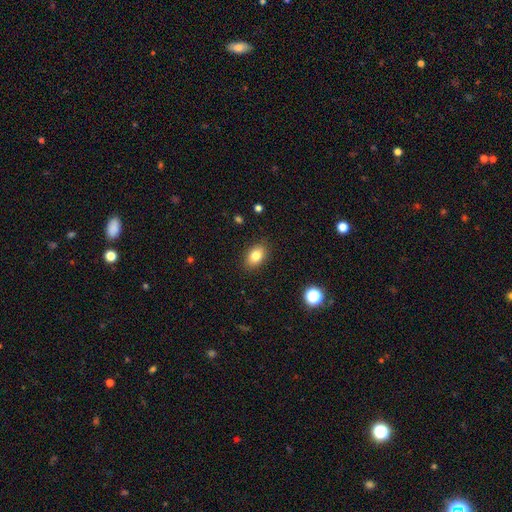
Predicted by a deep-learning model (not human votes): smooth_or_featured: smooth (p=0.82) [alt: star or artifact p=0.09]
how_rounded: in between (p=0.83) [alt: round p=0.16]
merging: none (p=0.87) [alt: minor disturbance p=0.09]